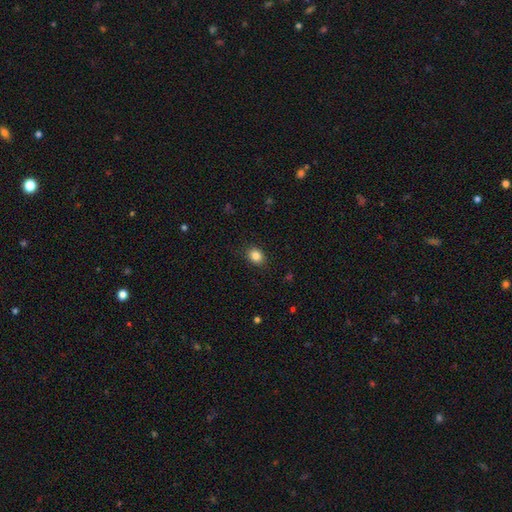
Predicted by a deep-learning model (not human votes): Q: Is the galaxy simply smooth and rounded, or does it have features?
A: smooth — 85%.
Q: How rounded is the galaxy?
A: round — 51%.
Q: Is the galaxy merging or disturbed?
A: none — 88%.